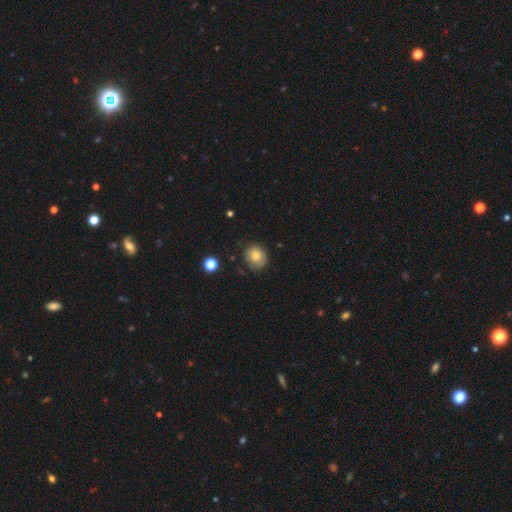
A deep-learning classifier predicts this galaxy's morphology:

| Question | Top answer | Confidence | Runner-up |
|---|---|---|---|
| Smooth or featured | smooth | 77% | featured or disk (14%) |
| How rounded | round | 82% | in between (17%) |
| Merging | none | 73% | minor disturbance (21%) |